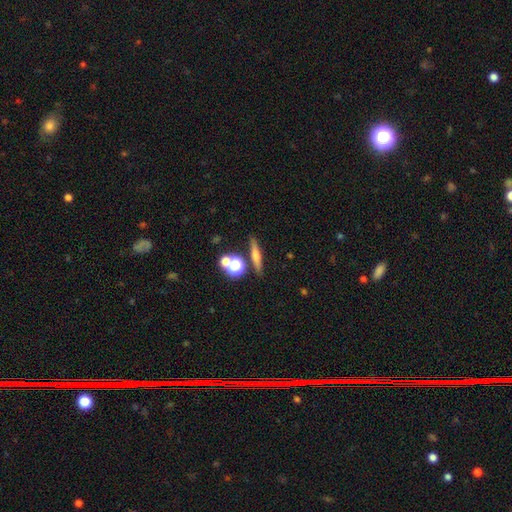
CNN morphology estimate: Smooth or featured?
  - smooth: 49% *
  - featured or disk: 38%
  - star or artifact: 13%
Merging?
  - none: 78% *
  - merger: 10%
  - minor disturbance: 9%
  - major disturbance: 3%